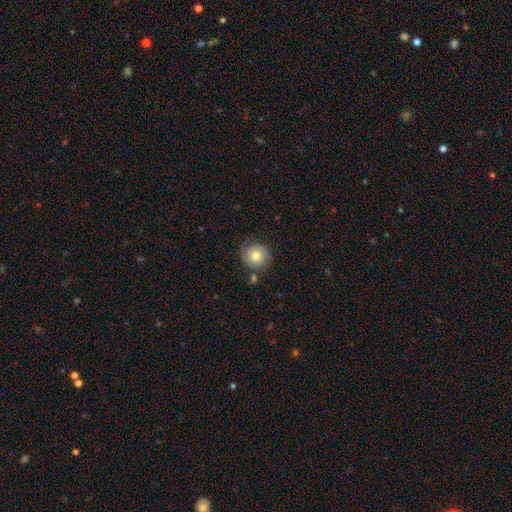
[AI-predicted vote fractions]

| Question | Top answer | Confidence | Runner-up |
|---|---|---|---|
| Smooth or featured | smooth | 65% | featured or disk (27%) |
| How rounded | round | 92% | in between (7%) |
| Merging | none | 74% | minor disturbance (16%) |